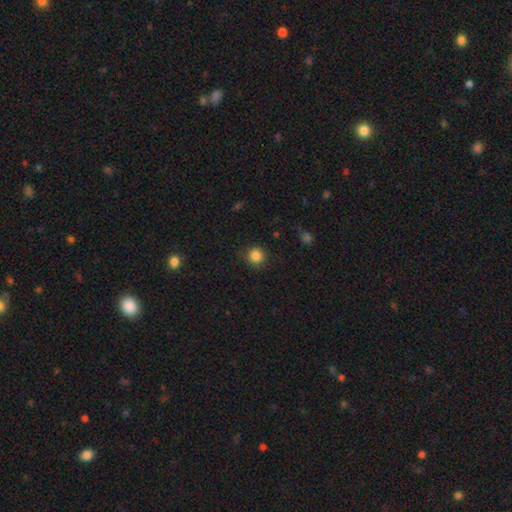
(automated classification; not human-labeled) Morphology: type=smooth (85%); roundness=round (92%); merging=none (87%).